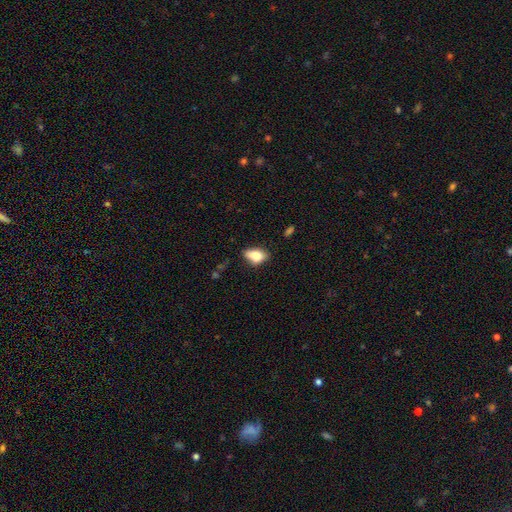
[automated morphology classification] A smooth galaxy with no disk features (79%) that is in between round and cigar-shaped (85%). Merging: none (61%).